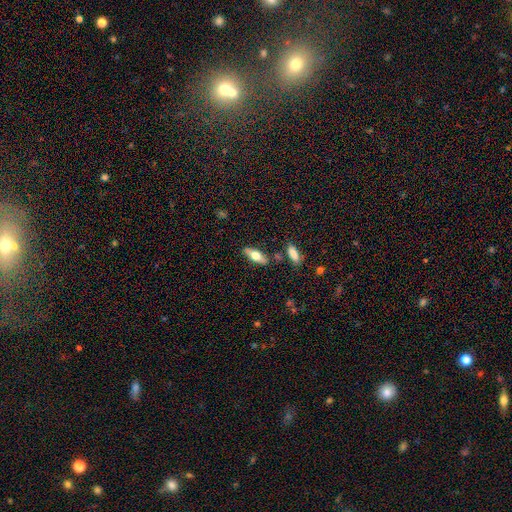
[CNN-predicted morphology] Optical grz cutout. It shows a smooth galaxy with no disk features (56%) that is in between round and cigar-shaped (65%). Merging: none (78%).